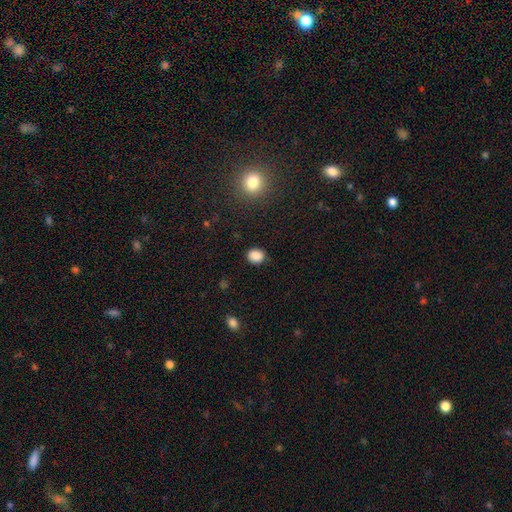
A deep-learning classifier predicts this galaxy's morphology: The model was most divided on "how rounded": round: 64%, in between: 35%, cigar-shaped: 1%. More confident: smooth or featured — smooth (86%); merging — none (86%).